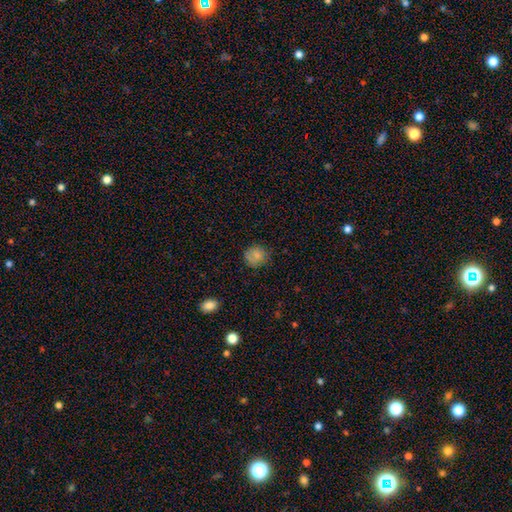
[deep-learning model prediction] Smooth or featured? smooth (78%)
How rounded? round (83%)
Merging? none (77%)